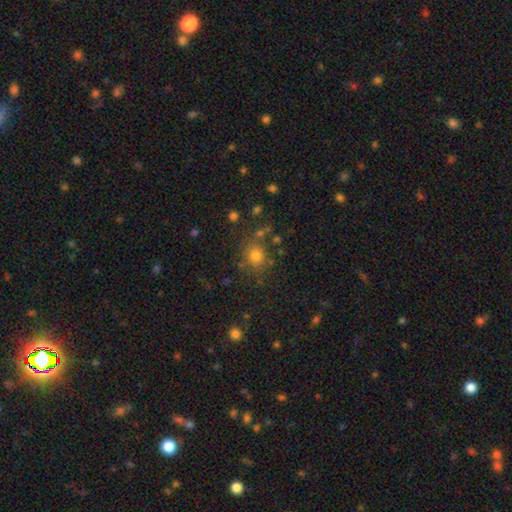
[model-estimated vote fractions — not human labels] Morphology: type=smooth (74%); roundness=round (82%); merging=none (77%).